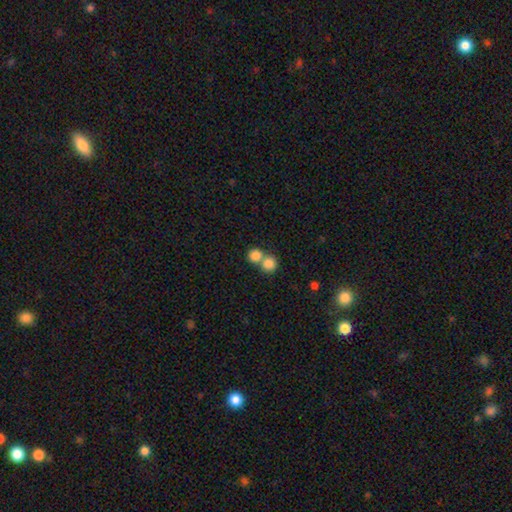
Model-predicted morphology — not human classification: Smooth or featured: smooth — 83% (star or artifact — 9%)
How rounded: round — 85% (in between — 14%)
Merging: merger — 54% (none — 38%)